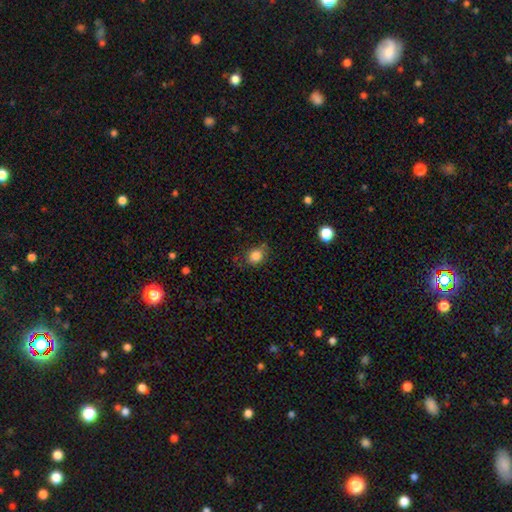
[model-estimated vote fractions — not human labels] This is clearly a smooth galaxy (83%). How rounded: likely round (61%). Merging: likely none (71%).